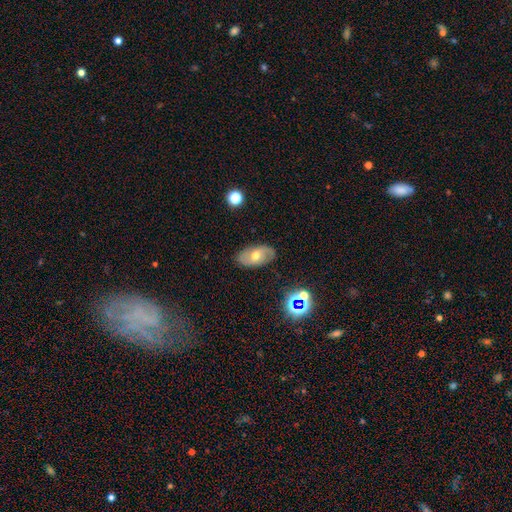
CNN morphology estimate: Q: Smooth or featured?
A: featured or disk (47%); runner-up: smooth (42%)
Q: Merging?
A: none (80%); runner-up: minor disturbance (15%)